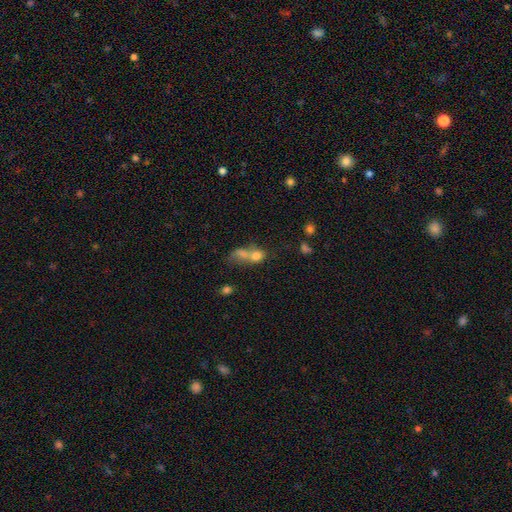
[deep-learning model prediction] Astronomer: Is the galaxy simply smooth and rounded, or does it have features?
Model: smooth — 72%.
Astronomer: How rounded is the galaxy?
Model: in between — 49% (runner-up: round, 47%).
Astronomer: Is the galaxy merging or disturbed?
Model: merger — 67%.